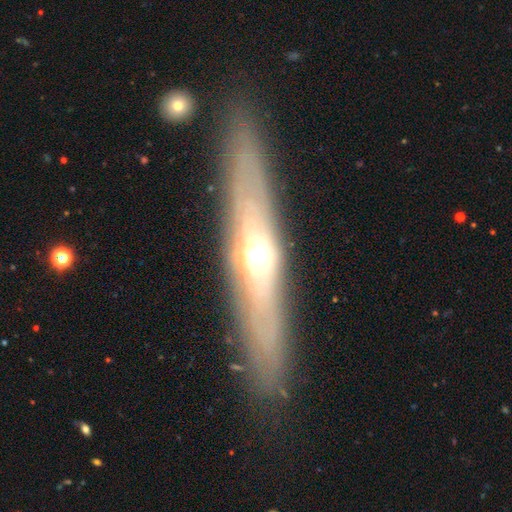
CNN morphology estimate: Smooth or featured: featured or disk — 68% (smooth — 25%)
Edge-on disk: yes — 68% (no — 32%)
Merging: none — 84% (minor disturbance — 11%)